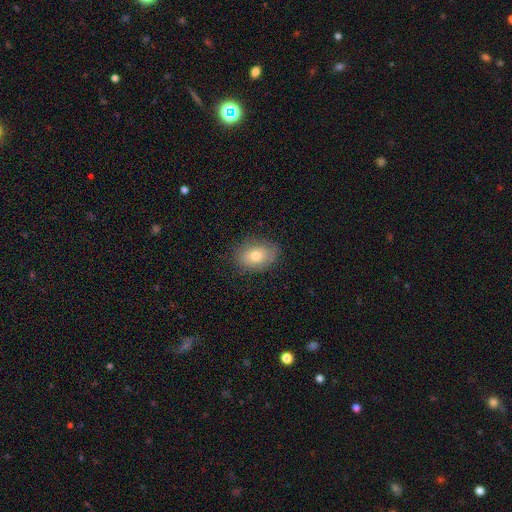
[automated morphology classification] Q: Smooth or featured?
A: smooth (73%); runner-up: featured or disk (18%)
Q: How rounded?
A: in between (76%); runner-up: round (23%)
Q: Merging?
A: none (80%); runner-up: minor disturbance (15%)